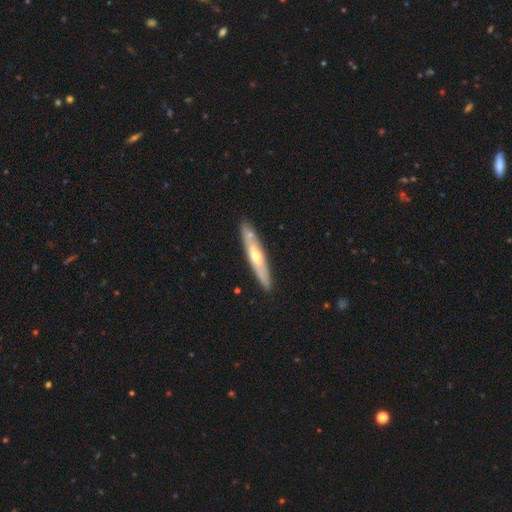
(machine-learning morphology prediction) This is possibly a featured or disk galaxy (59%). It is clearly viewed edge-on (81%). Merging: clearly none (84%).